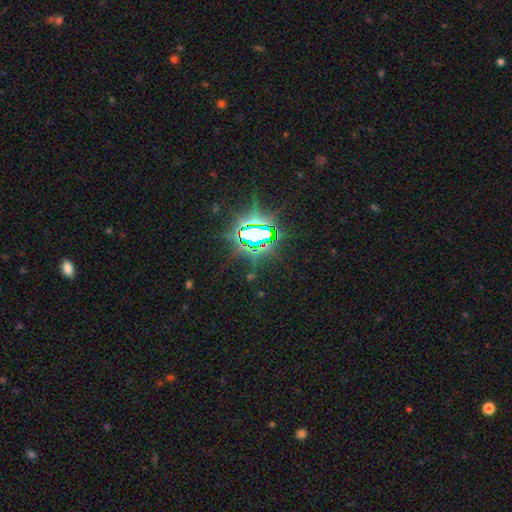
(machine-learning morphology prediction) The model was most divided on "smooth or featured": star or artifact: 82%, smooth: 10%, featured or disk: 8%.